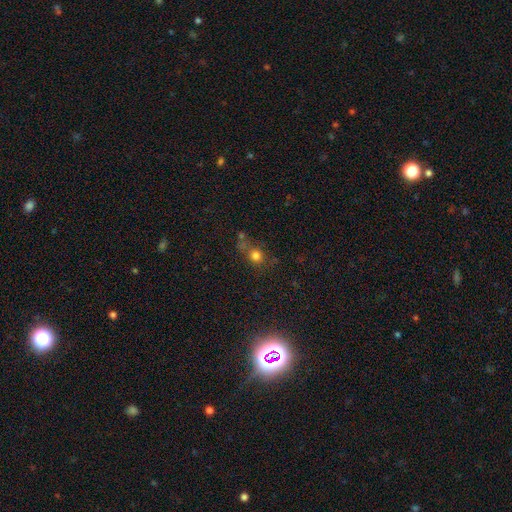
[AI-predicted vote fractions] Q: Smooth or featured?
A: smooth (72%); runner-up: star or artifact (19%)
Q: How rounded?
A: round (82%); runner-up: in between (16%)
Q: Merging?
A: none (55%); runner-up: merger (19%)